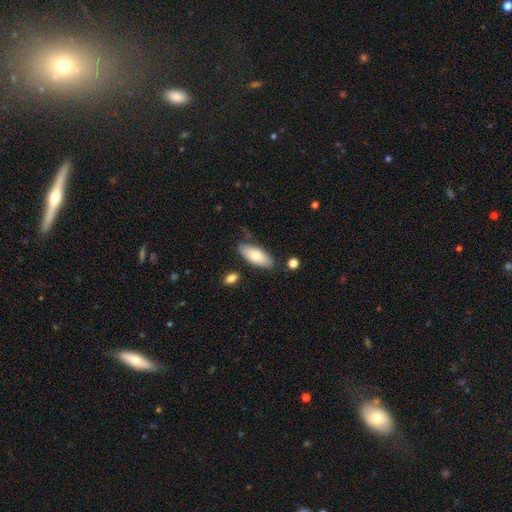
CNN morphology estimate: smooth 72%, featured or disk 22%, star or artifact 6%. Down the decision tree: how rounded — in between (84%); merging — none (81%).